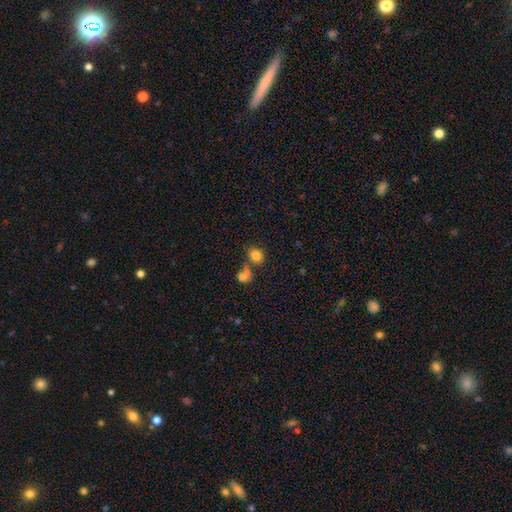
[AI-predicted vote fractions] Morphology: type=smooth (81%); roundness=in between (54%); merging=none (55%).